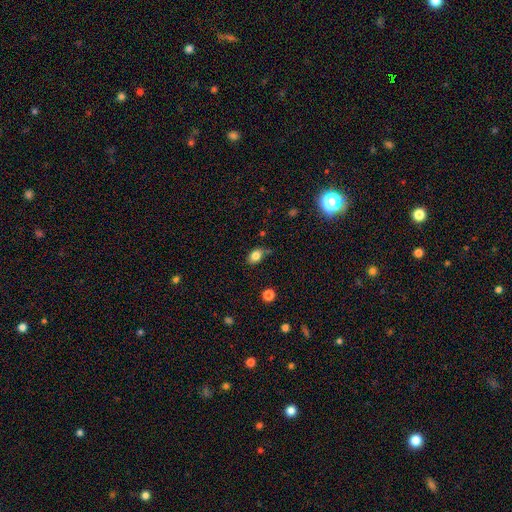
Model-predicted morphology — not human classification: Smooth or featured: smooth — 82% (star or artifact — 11%)
How rounded: in between — 73% (round — 25%)
Merging: none — 67% (minor disturbance — 23%)